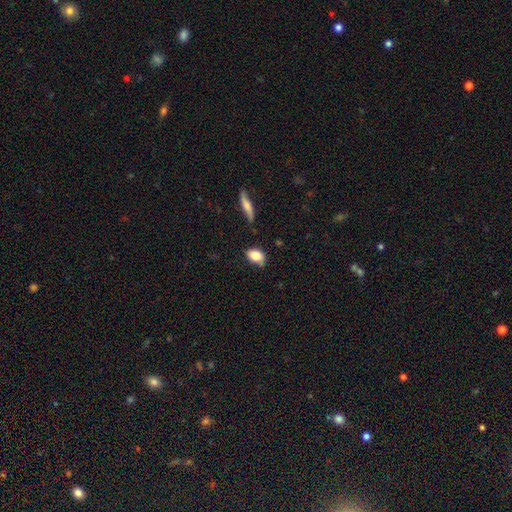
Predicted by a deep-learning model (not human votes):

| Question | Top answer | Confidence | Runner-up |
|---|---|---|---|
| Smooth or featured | smooth | 82% | featured or disk (10%) |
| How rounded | in between | 82% | round (15%) |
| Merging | none | 65% | minor disturbance (26%) |